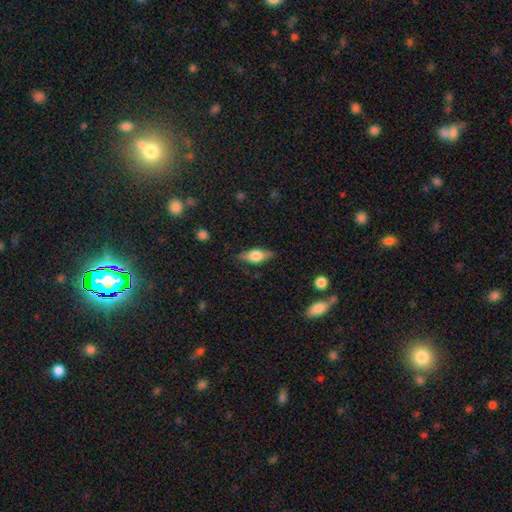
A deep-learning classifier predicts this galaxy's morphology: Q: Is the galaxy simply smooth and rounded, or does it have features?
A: featured or disk — 49%.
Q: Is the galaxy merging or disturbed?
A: none — 82%.